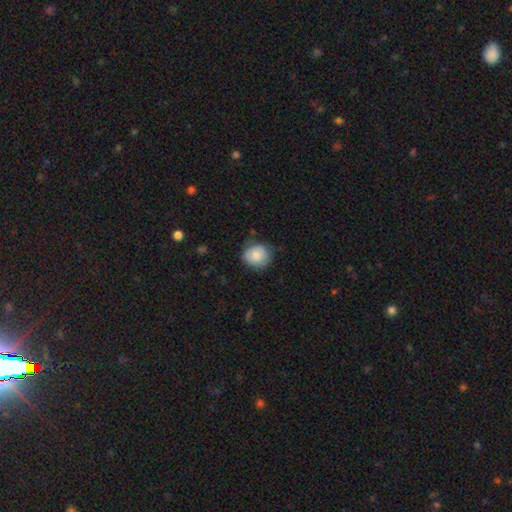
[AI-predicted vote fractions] A smooth galaxy with no disk features (80%) that is round (83%). Merging: none (75%).